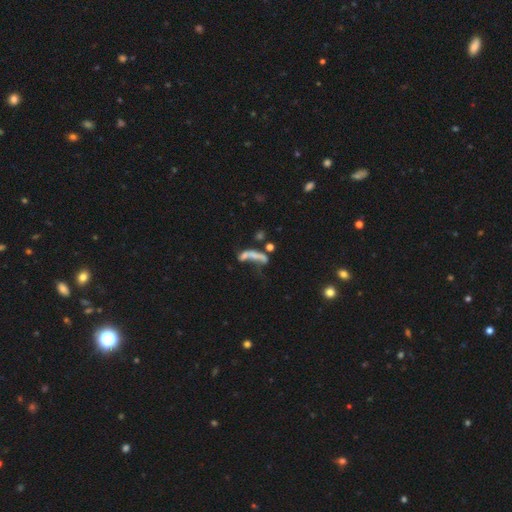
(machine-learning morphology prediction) Smooth or featured: smooth — 44% (featured or disk — 40%)
Merging: major disturbance — 34% (merger — 33%)